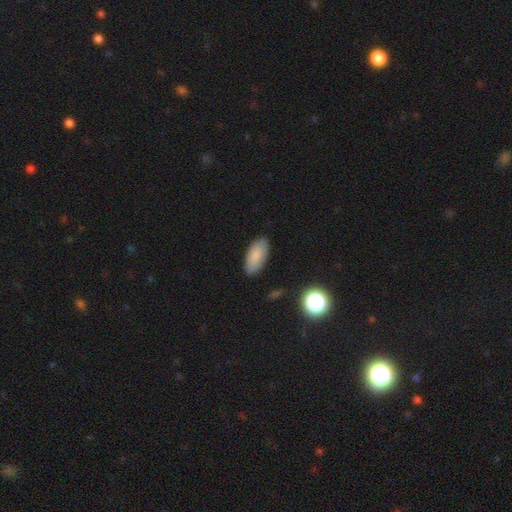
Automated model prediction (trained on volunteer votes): Q: Smooth or featured?
A: smooth (84%); runner-up: featured or disk (9%)
Q: How rounded?
A: in between (91%); runner-up: cigar-shaped (7%)
Q: Merging?
A: none (84%); runner-up: minor disturbance (12%)